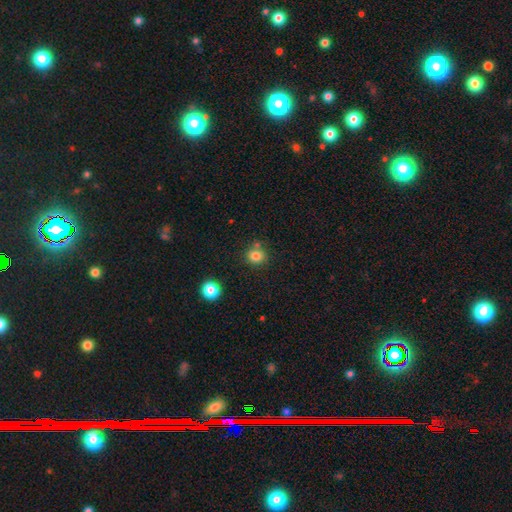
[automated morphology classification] Smooth or featured: smooth — 81% (star or artifact — 13%)
How rounded: round — 85% (in between — 15%)
Merging: none — 74% (merger — 12%)